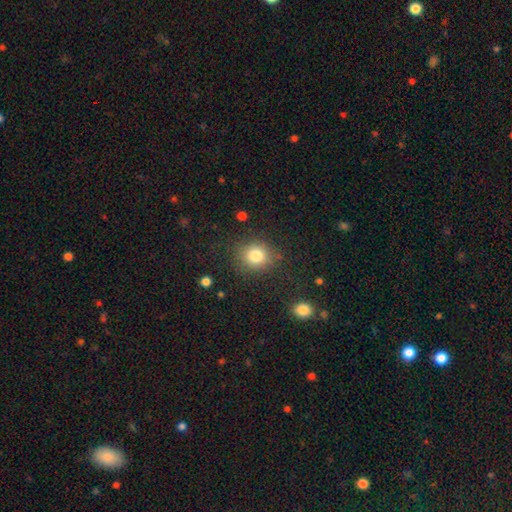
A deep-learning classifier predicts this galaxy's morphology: A smooth galaxy with no disk features (81%) that is round (81%).

Vote fractions:
- Smooth or featured? smooth: 81% / star or artifact: 12% / featured or disk: 7%
- How rounded? round: 81% / in between: 18% / cigar-shaped: 1%
- Merging? none: 82% / minor disturbance: 11% / major disturbance: 4% / merger: 2%